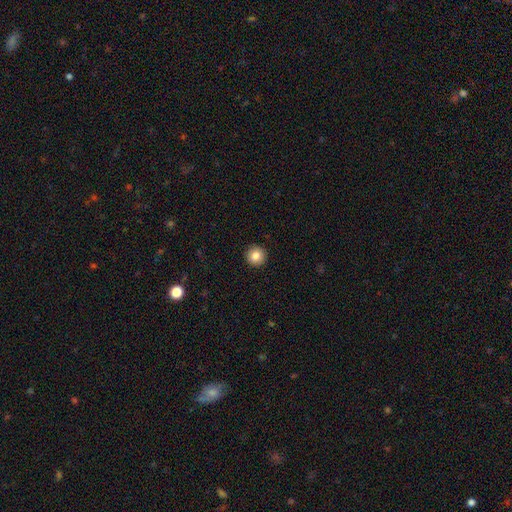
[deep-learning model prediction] This is clearly a smooth galaxy (85%). How rounded: clearly round (96%). Merging: clearly none (93%).